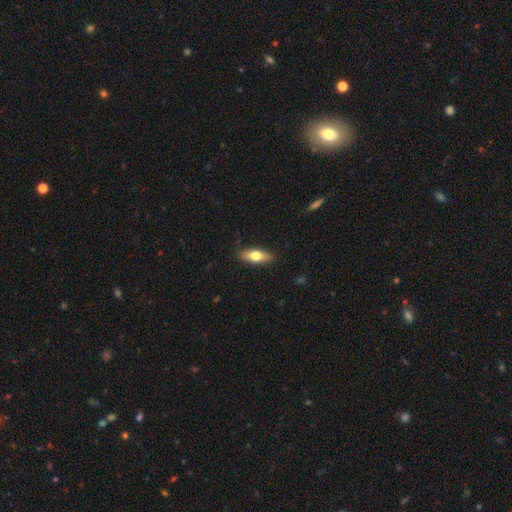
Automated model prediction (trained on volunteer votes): Smooth or featured: smooth — 70% (featured or disk — 23%)
How rounded: in between — 71% (cigar-shaped — 26%)
Merging: none — 87% (minor disturbance — 10%)